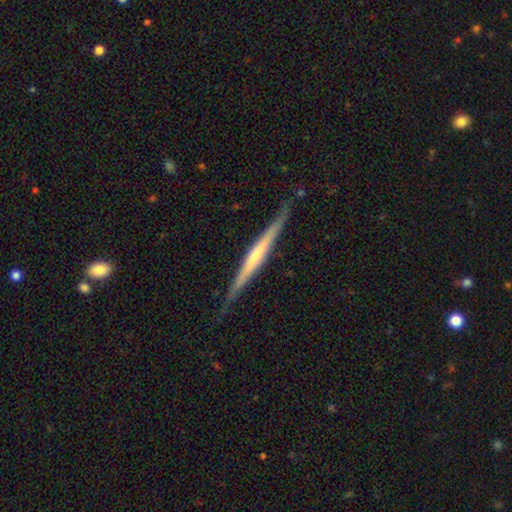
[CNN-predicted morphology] This is likely a featured or disk galaxy (75%). It is clearly viewed edge-on (98%). Edge-on bulge: possibly rounded (50%). Merging: clearly none (88%).